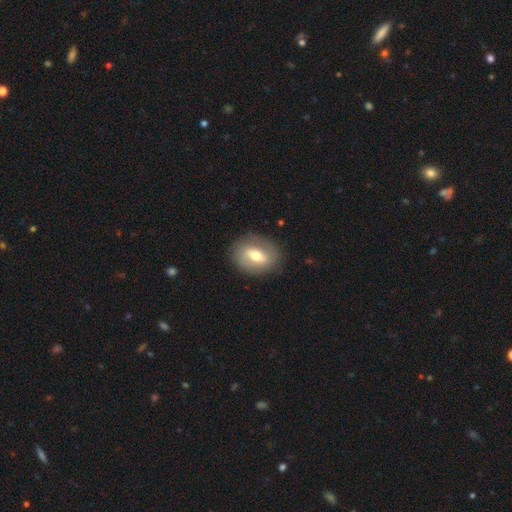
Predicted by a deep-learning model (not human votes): Smooth or featured?
  - smooth: 51% *
  - featured or disk: 41%
  - star or artifact: 7%
How rounded?
  - in between: 58% *
  - round: 40%
  - cigar-shaped: 2%
Merging?
  - none: 83% *
  - minor disturbance: 11%
  - major disturbance: 4%
  - merger: 1%